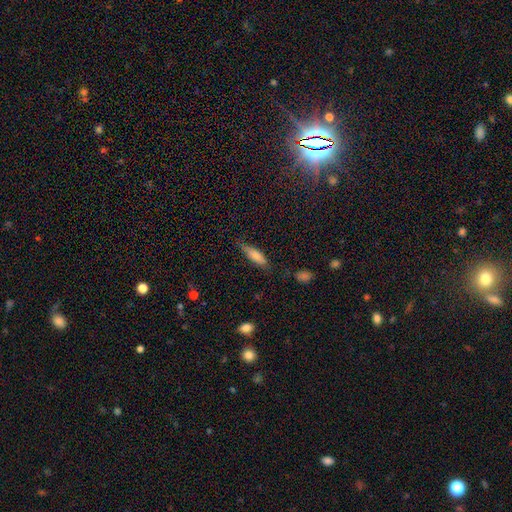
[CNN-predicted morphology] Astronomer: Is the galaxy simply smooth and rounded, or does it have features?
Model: smooth — 78%.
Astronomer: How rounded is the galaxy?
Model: cigar-shaped — 59% (runner-up: in between, 40%).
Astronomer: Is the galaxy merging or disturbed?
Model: none — 72%.